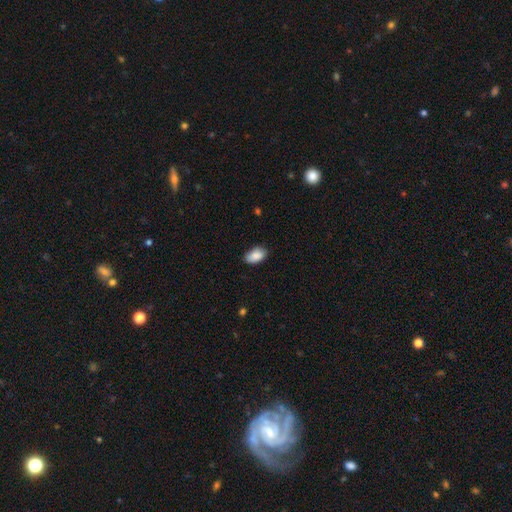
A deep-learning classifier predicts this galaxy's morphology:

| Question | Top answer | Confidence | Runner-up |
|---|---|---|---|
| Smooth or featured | smooth | 88% | star or artifact (7%) |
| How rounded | in between | 93% | round (5%) |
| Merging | none | 81% | minor disturbance (16%) |